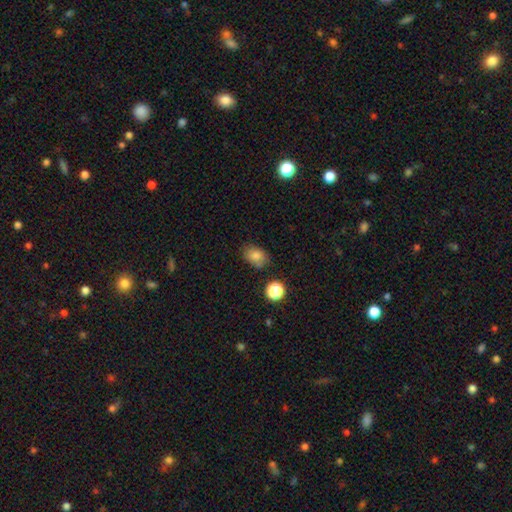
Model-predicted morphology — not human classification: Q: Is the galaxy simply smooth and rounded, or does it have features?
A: smooth — 81%.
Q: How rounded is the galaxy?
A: in between — 72%.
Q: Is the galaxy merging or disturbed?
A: none — 73%.